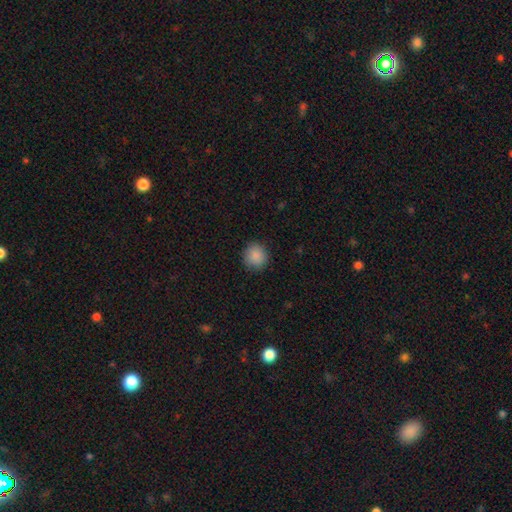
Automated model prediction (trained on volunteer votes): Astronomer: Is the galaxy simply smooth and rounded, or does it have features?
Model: smooth — 88%.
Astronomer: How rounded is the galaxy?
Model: round — 90%.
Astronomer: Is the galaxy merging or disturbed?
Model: none — 89%.